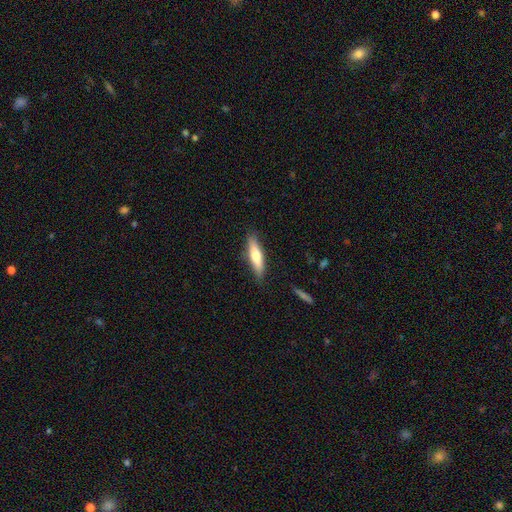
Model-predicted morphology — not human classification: Overall: smooth (63%; featured or disk 31%). How rounded: cigar-shaped (74%). Merging: none (85%).